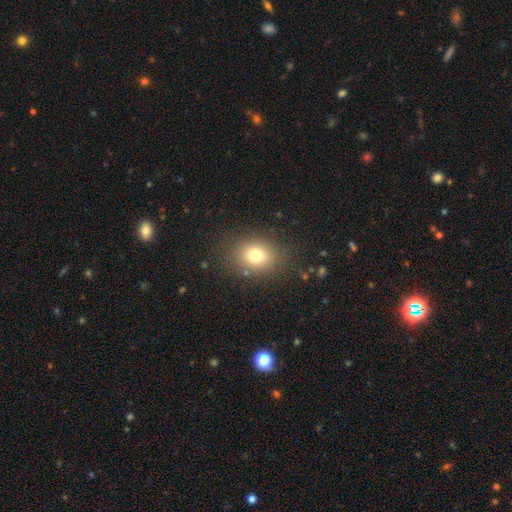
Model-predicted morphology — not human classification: This is likely a smooth galaxy (76%). How rounded: possibly round (51%). Merging: clearly none (83%).